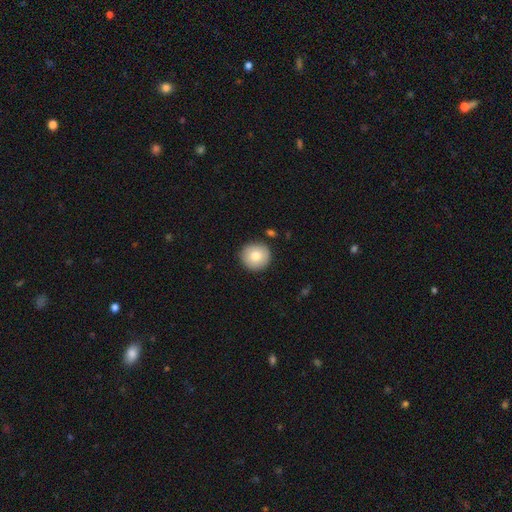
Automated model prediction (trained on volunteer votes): smooth 81%, featured or disk 11%, star or artifact 8%. Down the decision tree: how rounded — round (95%); merging — none (89%).